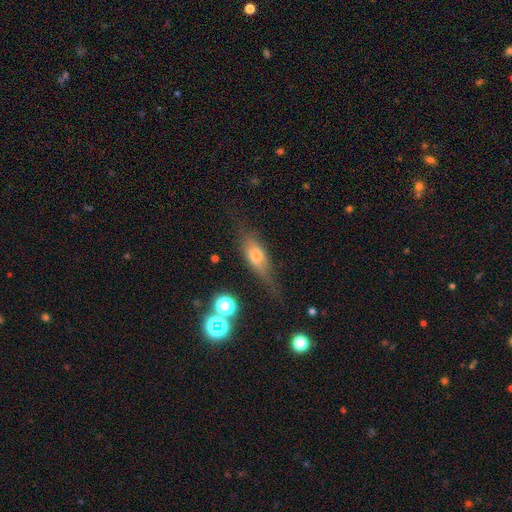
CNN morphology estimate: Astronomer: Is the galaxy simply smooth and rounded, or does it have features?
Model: smooth — 45% (runner-up: featured or disk, 42%).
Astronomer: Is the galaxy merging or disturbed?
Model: none — 58%.